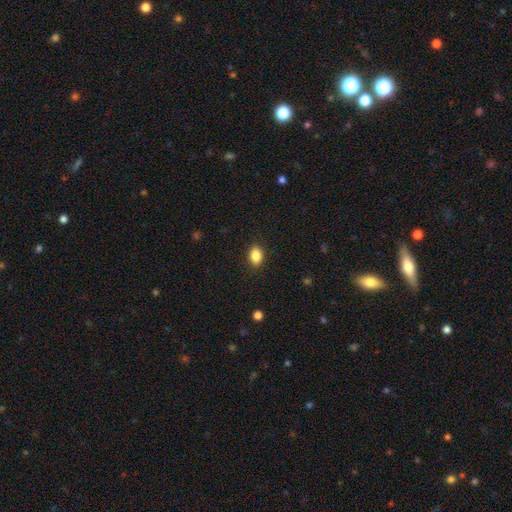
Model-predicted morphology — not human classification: Smooth or featured? Predicted: smooth (p=0.87). How rounded? Predicted: in between (p=0.84). Merging? Predicted: none (p=0.89).